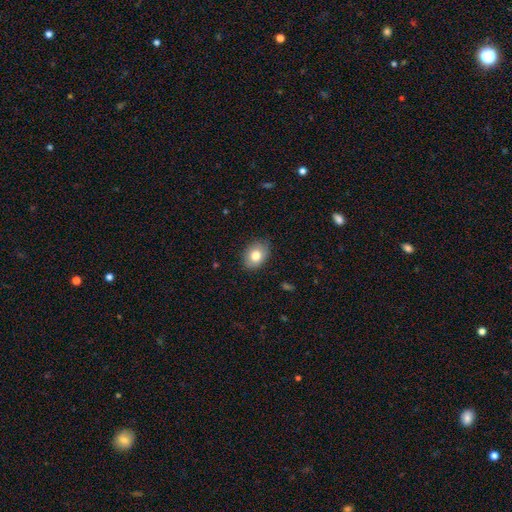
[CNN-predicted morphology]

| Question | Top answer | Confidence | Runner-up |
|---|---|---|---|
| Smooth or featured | smooth | 80% | featured or disk (12%) |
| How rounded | in between | 68% | round (31%) |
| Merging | none | 83% | minor disturbance (14%) |